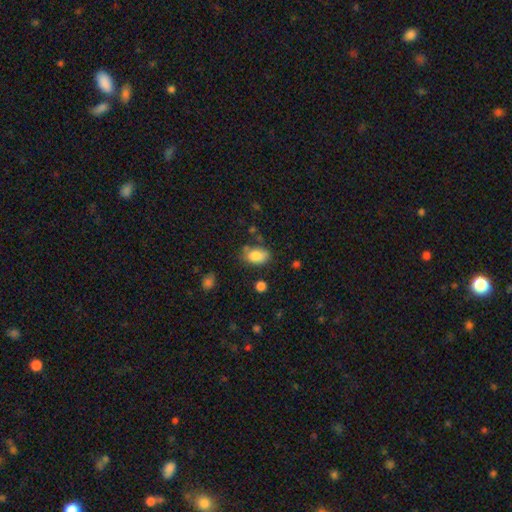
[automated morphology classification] type=smooth (83%); roundness=in between (86%); merging=none (64%).